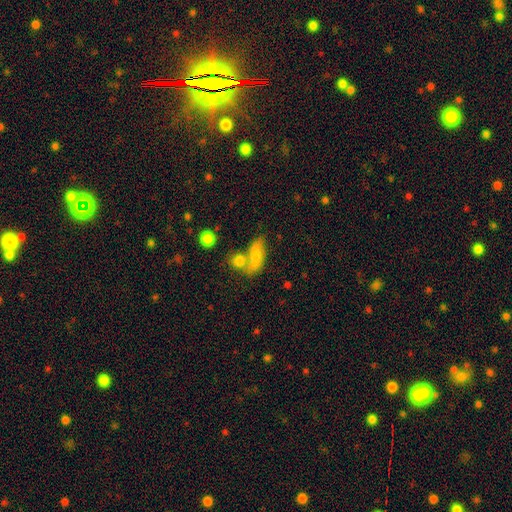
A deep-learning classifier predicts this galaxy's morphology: Smooth or featured?
  - smooth: 67% *
  - featured or disk: 23%
  - star or artifact: 10%
How rounded?
  - in between: 74% *
  - cigar-shaped: 16%
  - round: 9%
Merging?
  - merger: 42% *
  - none: 36%
  - minor disturbance: 13%
  - major disturbance: 9%